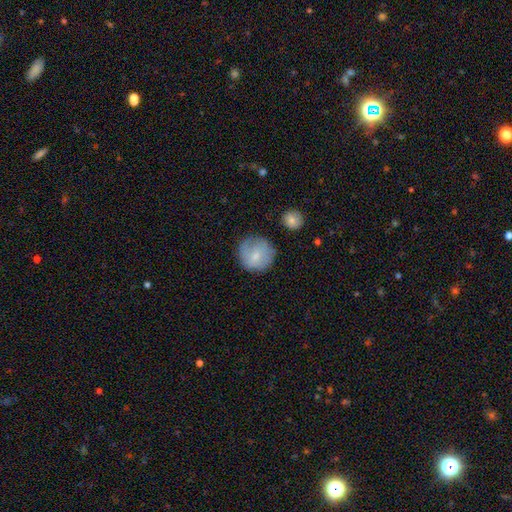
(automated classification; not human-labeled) The model was most divided on "smooth or featured": smooth: 72%, featured or disk: 21%, star or artifact: 7%. More confident: how rounded — round (92%); merging — none (74%).